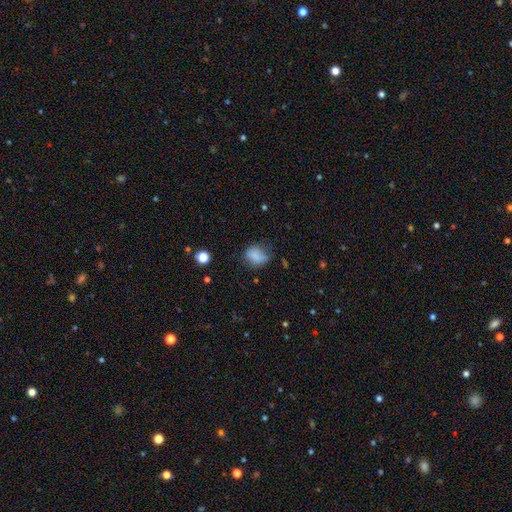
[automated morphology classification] smooth_or_featured: smooth (p=0.79) [alt: star or artifact p=0.11]
how_rounded: in between (p=0.51) [alt: round p=0.48]
merging: none (p=0.51) [alt: minor disturbance p=0.33]